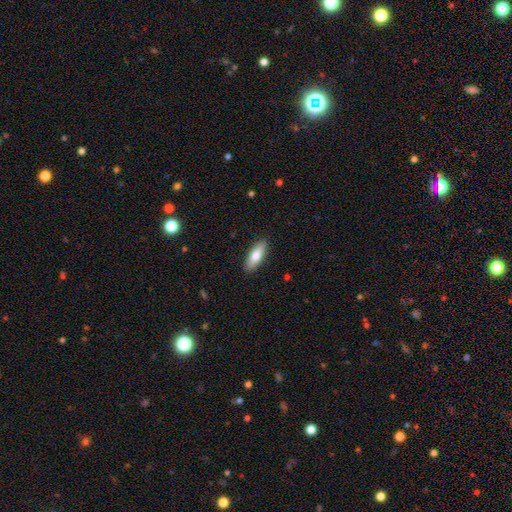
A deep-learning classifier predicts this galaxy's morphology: smooth_or_featured: smooth (p=0.77) [alt: featured or disk p=0.17]
how_rounded: in between (p=0.67) [alt: cigar-shaped p=0.31]
merging: none (p=0.89) [alt: minor disturbance p=0.08]